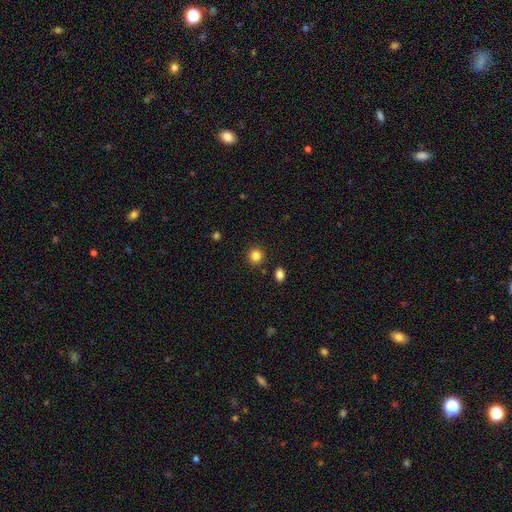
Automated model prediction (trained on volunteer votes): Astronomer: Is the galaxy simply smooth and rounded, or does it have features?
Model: smooth — 84%.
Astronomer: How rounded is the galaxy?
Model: round — 90%.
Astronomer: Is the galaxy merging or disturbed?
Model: none — 89%.